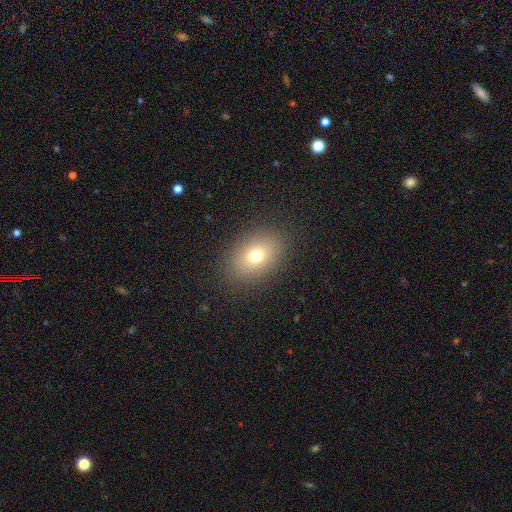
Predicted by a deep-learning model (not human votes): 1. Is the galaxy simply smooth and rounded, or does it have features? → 72% smooth, 14% star or artifact, 14% featured or disk.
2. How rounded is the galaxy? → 74% in between, 25% round, 1% cigar-shaped.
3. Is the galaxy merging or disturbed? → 86% none, 9% minor disturbance, 4% major disturbance, 1% merger.